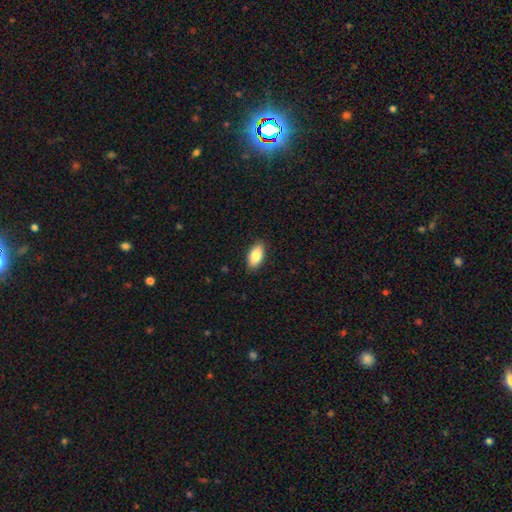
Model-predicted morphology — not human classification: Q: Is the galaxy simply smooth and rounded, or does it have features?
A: smooth — 86%.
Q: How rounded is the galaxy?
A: in between — 92%.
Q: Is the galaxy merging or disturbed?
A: none — 88%.